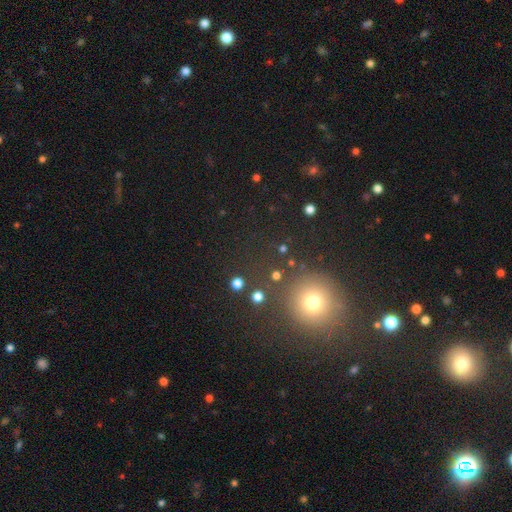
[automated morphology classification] Smooth or featured: smooth — 50% (star or artifact — 43%)
Merging: none — 84% (minor disturbance — 7%)